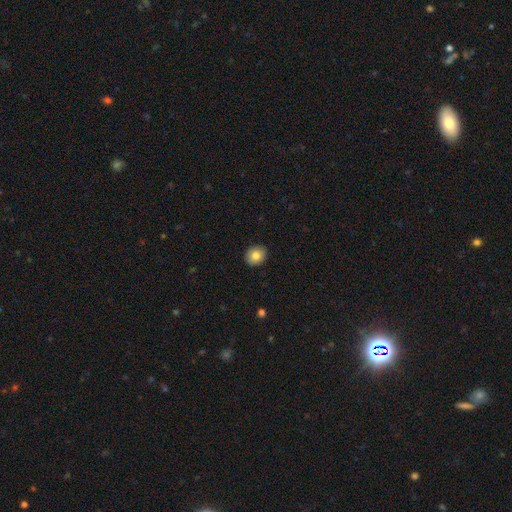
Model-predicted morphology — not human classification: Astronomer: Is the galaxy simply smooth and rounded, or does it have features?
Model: smooth — 81%.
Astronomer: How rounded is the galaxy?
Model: round — 70%.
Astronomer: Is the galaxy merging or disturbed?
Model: none — 90%.